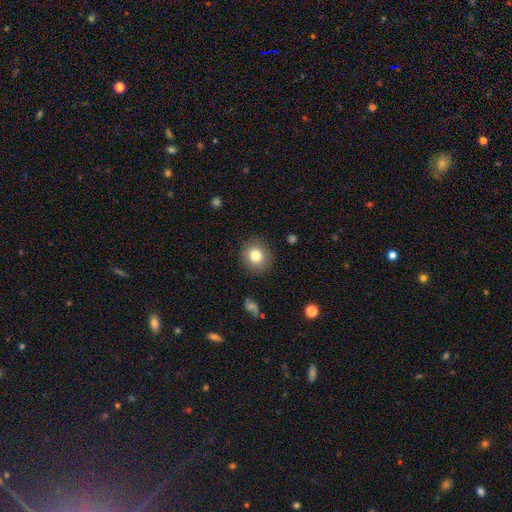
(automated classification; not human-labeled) A smooth galaxy with no disk features (81%) that is round (86%).

Vote fractions:
- Smooth or featured? smooth: 81% / star or artifact: 10% / featured or disk: 9%
- How rounded? round: 86% / in between: 14% / cigar-shaped: 1%
- Merging? none: 88% / minor disturbance: 8% / major disturbance: 3% / merger: 1%